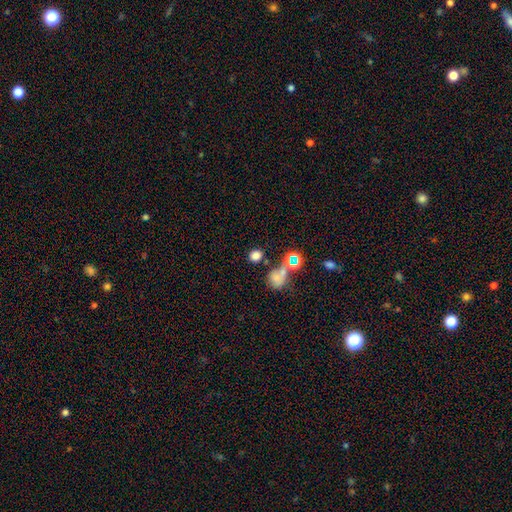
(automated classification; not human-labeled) Smooth or featured? smooth (73%)
How rounded? round (66%)
Merging? none (72%)